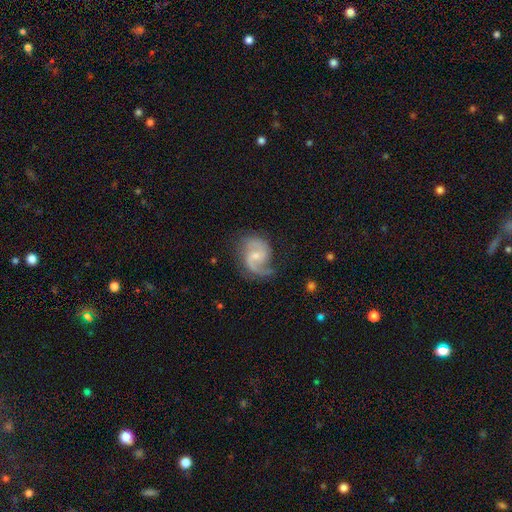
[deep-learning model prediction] A featured or disk galaxy (87%) with a weak bar (49%), 2 (78%) medium (51%) spiral arms (97%) and a small central bulge (55%). Merging: none (64%).